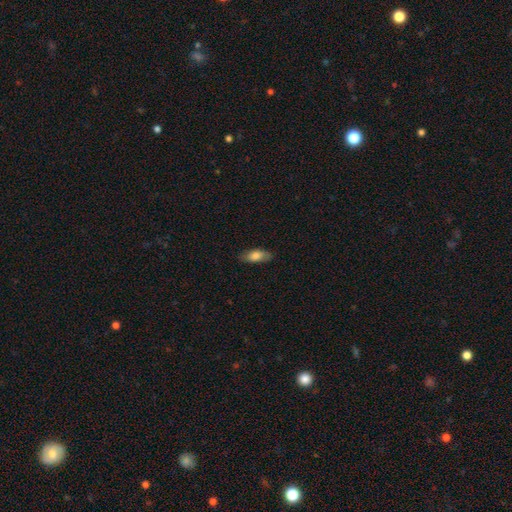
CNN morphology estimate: type=smooth (78%); roundness=in between (79%); merging=none (81%).